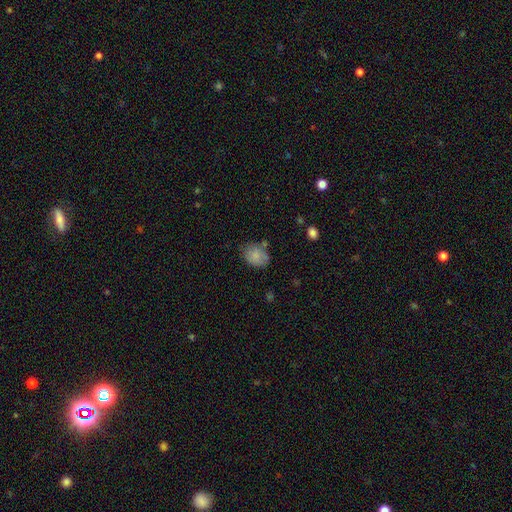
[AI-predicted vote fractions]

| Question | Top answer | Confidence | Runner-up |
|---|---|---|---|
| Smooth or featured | smooth | 82% | featured or disk (10%) |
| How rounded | in between | 64% | round (35%) |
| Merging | none | 66% | minor disturbance (22%) |